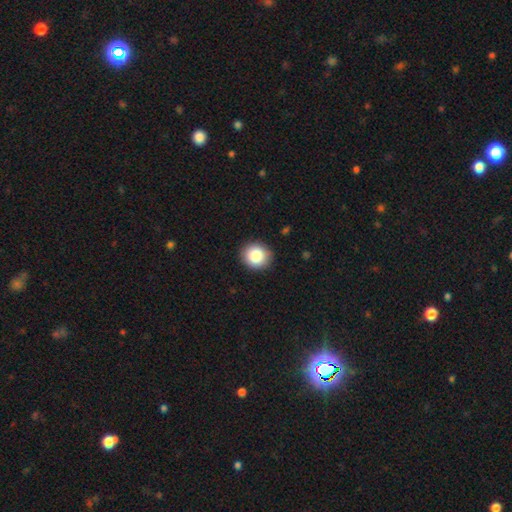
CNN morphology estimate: This is clearly a smooth galaxy (86%). How rounded: clearly round (86%). Merging: clearly none (91%).